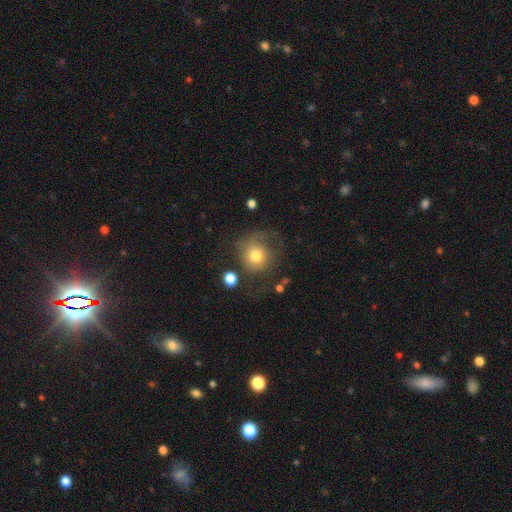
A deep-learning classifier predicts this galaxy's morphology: Smooth or featured?
  - smooth: 70% *
  - featured or disk: 20%
  - star or artifact: 11%
How rounded?
  - round: 87% *
  - in between: 12%
  - cigar-shaped: 1%
Merging?
  - none: 48% *
  - major disturbance: 26%
  - minor disturbance: 21%
  - merger: 4%